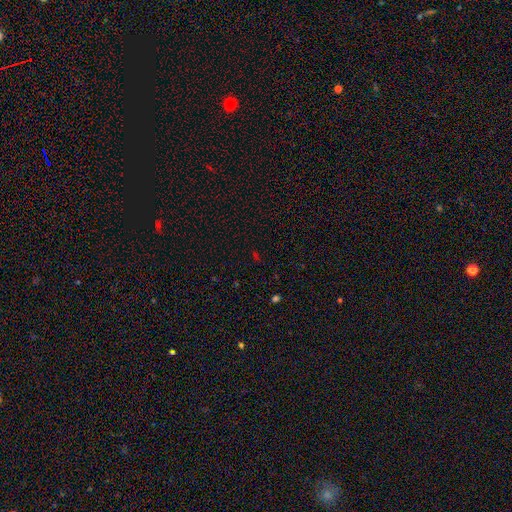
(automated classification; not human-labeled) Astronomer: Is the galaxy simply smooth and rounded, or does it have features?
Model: star or artifact — 62%.